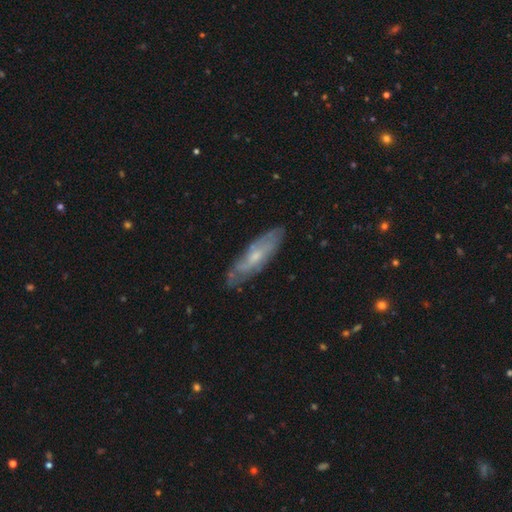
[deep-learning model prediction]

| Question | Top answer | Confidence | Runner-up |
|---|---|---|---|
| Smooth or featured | featured or disk | 62% | smooth (32%) |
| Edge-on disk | no | 70% | yes (30%) |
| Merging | none | 75% | minor disturbance (19%) |